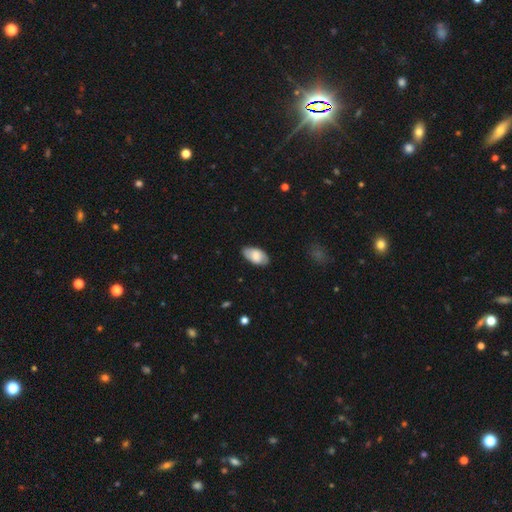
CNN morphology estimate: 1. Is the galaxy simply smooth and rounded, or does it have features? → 75% smooth, 19% featured or disk, 6% star or artifact.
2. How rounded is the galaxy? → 95% in between, 3% round, 2% cigar-shaped.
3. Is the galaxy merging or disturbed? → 81% none, 15% minor disturbance, 3% major disturbance, 1% merger.